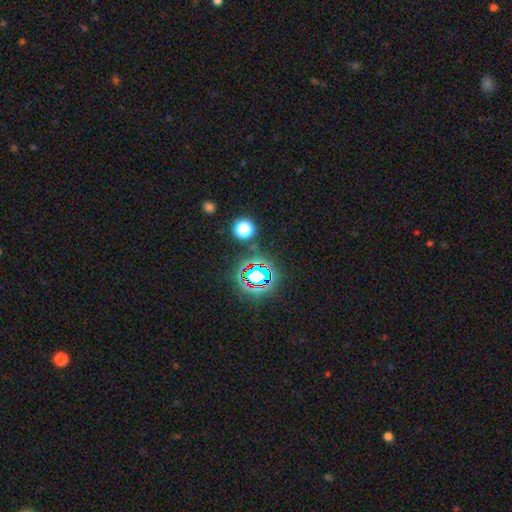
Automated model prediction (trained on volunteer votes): A star or artifact, not a galaxy (75%).

Vote fractions:
- Smooth or featured? star or artifact: 75% / smooth: 16% / featured or disk: 8%